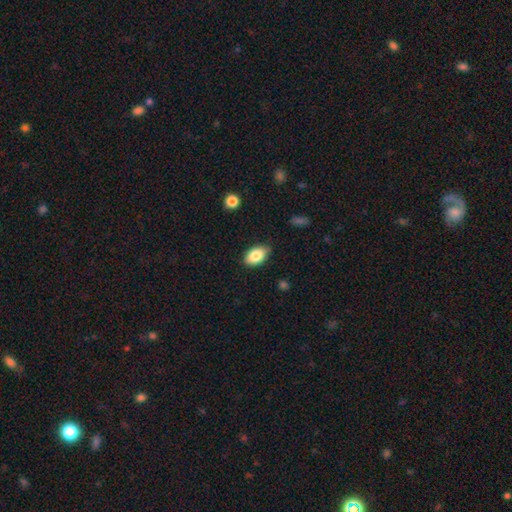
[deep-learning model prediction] Smooth or featured: smooth — 84% (featured or disk — 9%)
How rounded: in between — 91% (round — 7%)
Merging: none — 80% (minor disturbance — 16%)